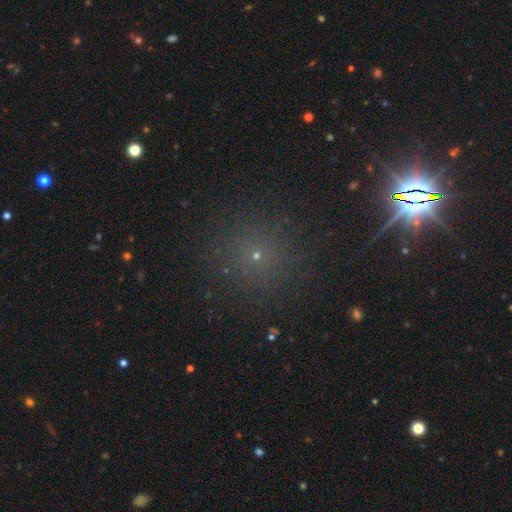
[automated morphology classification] Smooth or featured?
  - star or artifact: 53% *
  - smooth: 38%
  - featured or disk: 9%